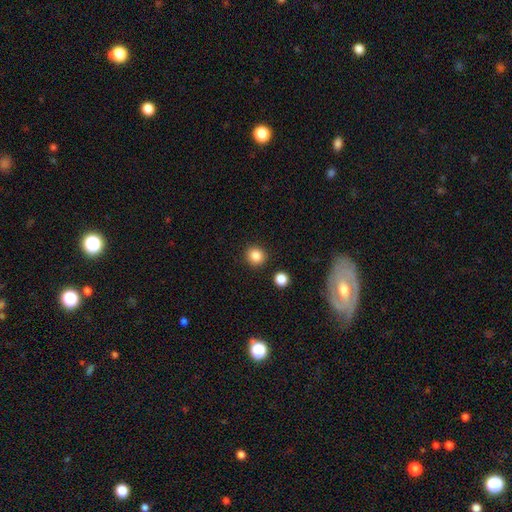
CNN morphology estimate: Smooth or featured: smooth — 85% (star or artifact — 10%)
How rounded: round — 88% (in between — 11%)
Merging: none — 89% (minor disturbance — 6%)